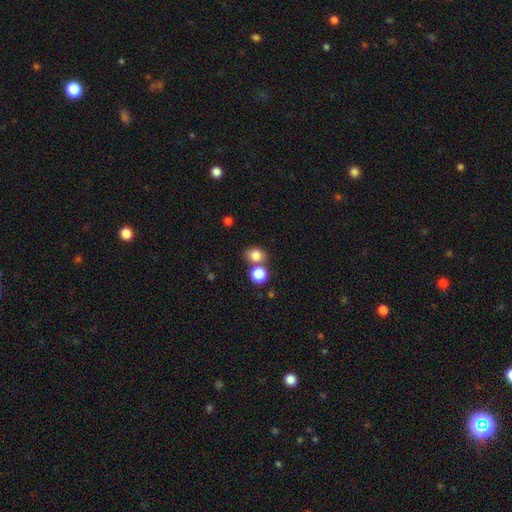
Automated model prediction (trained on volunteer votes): Overall: smooth (82%). How rounded: round (60%; in between 39%). Merging: none (61%; merger 26%).